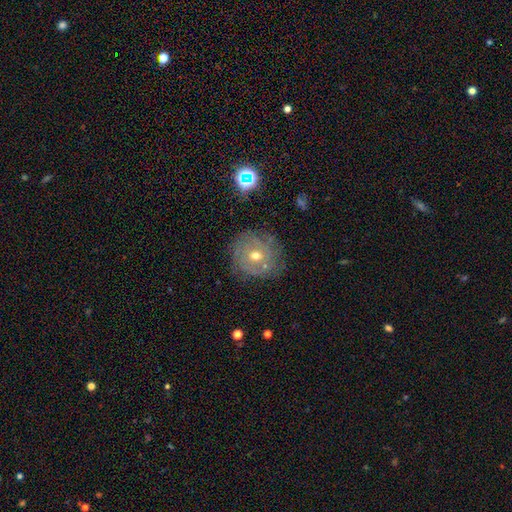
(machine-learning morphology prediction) Smooth or featured? Predicted: featured or disk (p=0.63). Edge-on disk? Predicted: no (p=0.96). Bar? Predicted: no (p=0.74). Spiral arms? Predicted: yes (p=0.75). Bulge size? Predicted: moderate (p=0.58). Merging? Predicted: none (p=0.76).